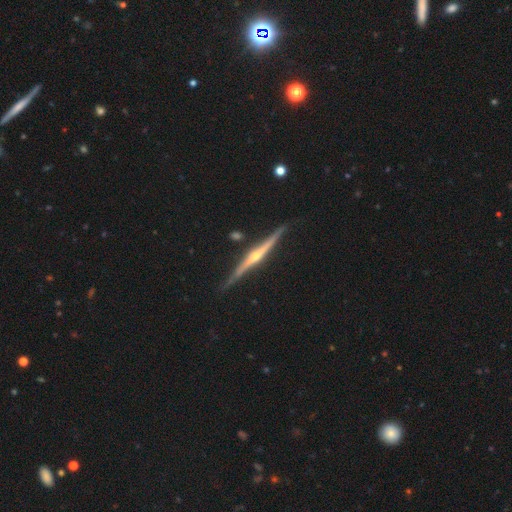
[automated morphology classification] smooth_or_featured: featured or disk (p=0.85) [alt: smooth p=0.10]
disk_edge_on: yes (p=0.98) [alt: no p=0.02]
edge_on_bulge: rounded (p=0.87) [alt: none p=0.09]
merging: none (p=0.85) [alt: minor disturbance p=0.11]